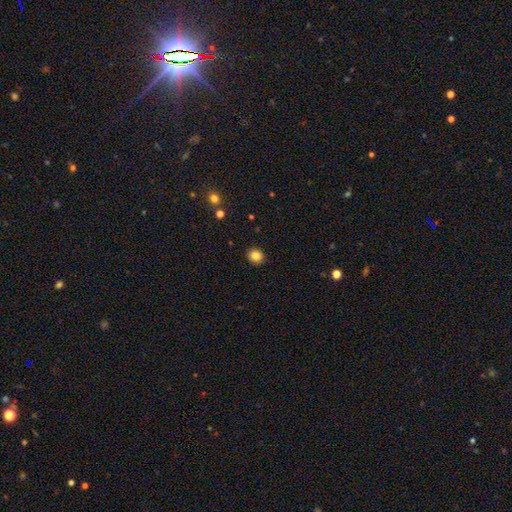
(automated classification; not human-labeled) A smooth galaxy with no disk features (84%) that is round (79%). Merging: none (91%).